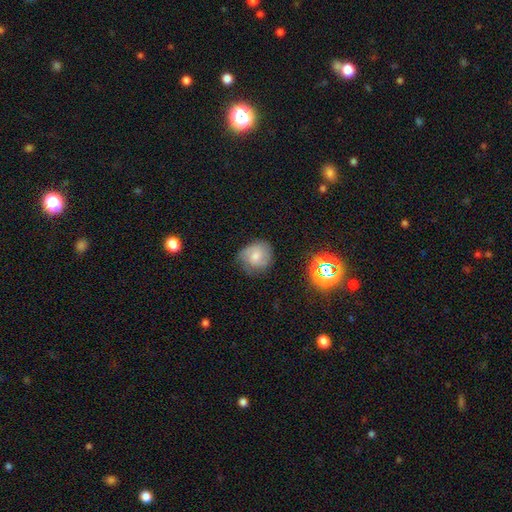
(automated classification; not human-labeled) This appears to be a smooth galaxy with no disk features (48%). Merging: none (66%).